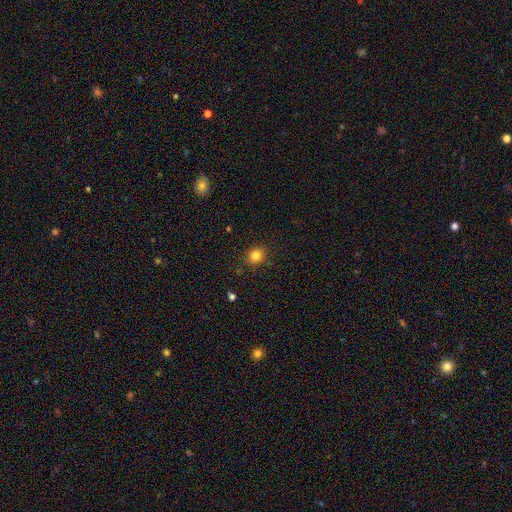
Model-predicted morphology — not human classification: smooth_or_featured: smooth (p=0.83) [alt: star or artifact p=0.12]
how_rounded: round (p=0.79) [alt: in between p=0.21]
merging: none (p=0.88) [alt: minor disturbance p=0.09]